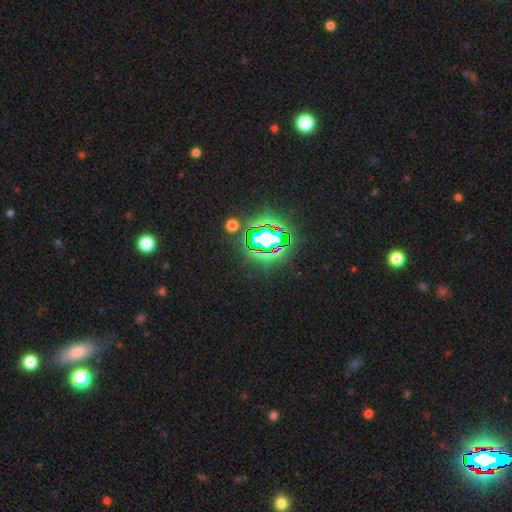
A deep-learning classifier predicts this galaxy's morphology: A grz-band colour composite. It shows a star or artifact, not a galaxy (83%).